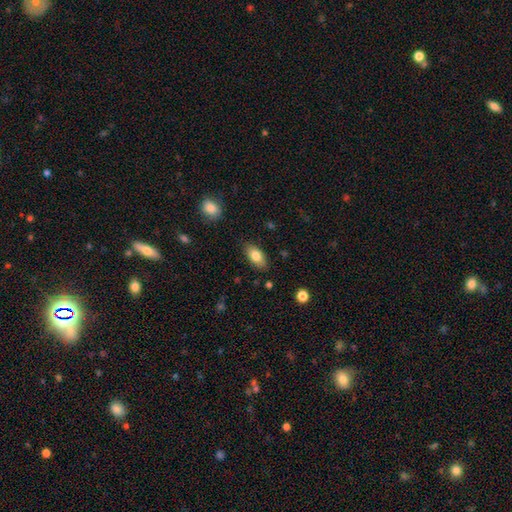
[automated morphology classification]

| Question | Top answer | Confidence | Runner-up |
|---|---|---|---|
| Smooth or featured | smooth | 81% | featured or disk (12%) |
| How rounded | in between | 90% | cigar-shaped (7%) |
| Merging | none | 84% | minor disturbance (12%) |